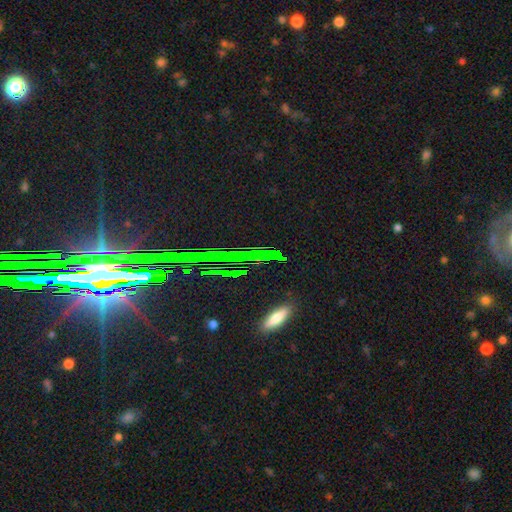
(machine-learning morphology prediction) Overall: star or artifact (66%).